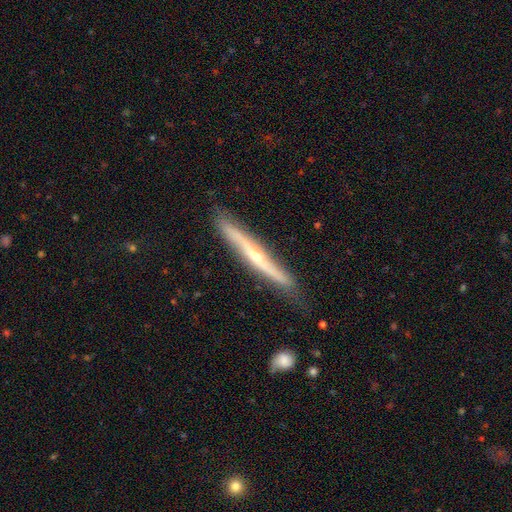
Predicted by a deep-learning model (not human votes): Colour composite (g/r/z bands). It shows a featured or disk galaxy (74%) viewed edge-on (90%) with a rounded central bulge (74%). Merging: none (78%).